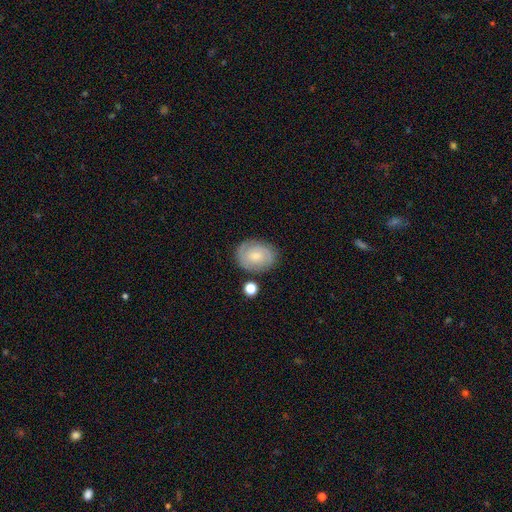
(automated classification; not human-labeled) Q: Smooth or featured?
A: featured or disk (48%); runner-up: smooth (44%)
Q: Merging?
A: none (76%); runner-up: minor disturbance (15%)